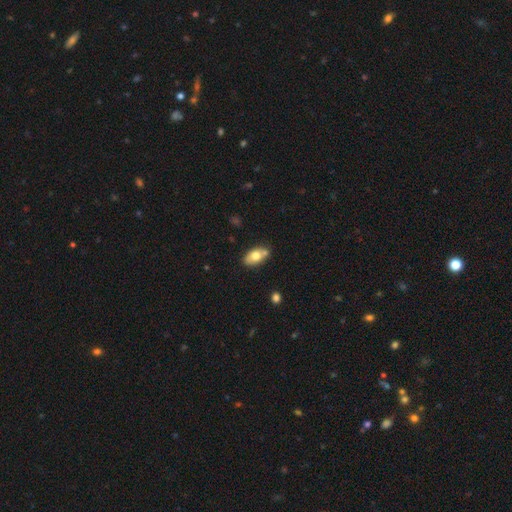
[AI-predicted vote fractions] smooth-or-featured: smooth: 71% | featured or disk: 22% | star or artifact: 7%
  how-rounded: in between: 90% | round: 6% | cigar-shaped: 4%
  merging: none: 67% | minor disturbance: 16% | merger: 14% | major disturbance: 3%